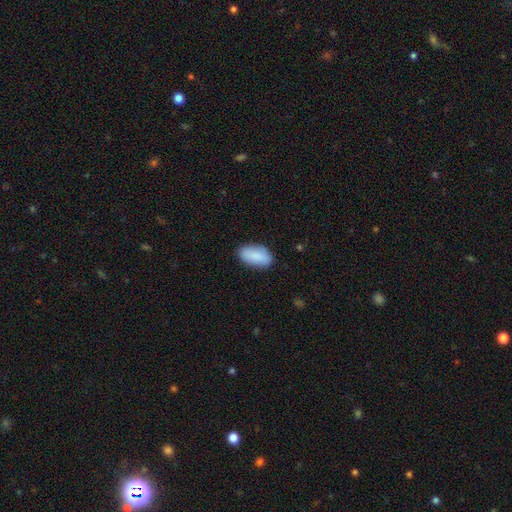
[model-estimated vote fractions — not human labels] smooth 88%, star or artifact 6%, featured or disk 6%. Down the decision tree: how rounded — in between (93%); merging — none (85%).